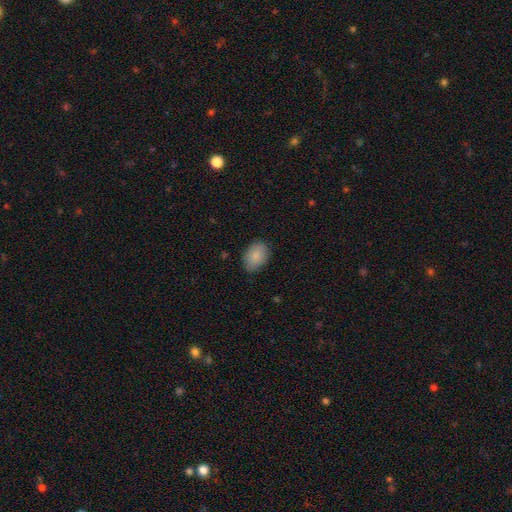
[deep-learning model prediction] This is clearly a smooth galaxy (87%). How rounded: clearly in between (85%). Merging: clearly none (81%).